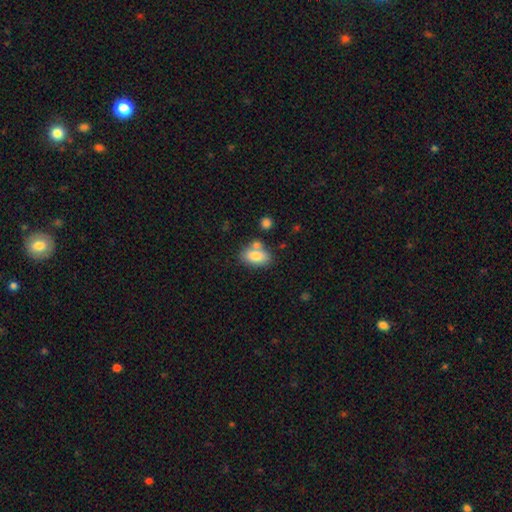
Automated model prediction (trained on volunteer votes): smooth-or-featured: smooth: 79% | featured or disk: 13% | star or artifact: 8%
  how-rounded: in between: 89% | round: 8% | cigar-shaped: 2%
  merging: none: 59% | merger: 23% | minor disturbance: 14% | major disturbance: 4%